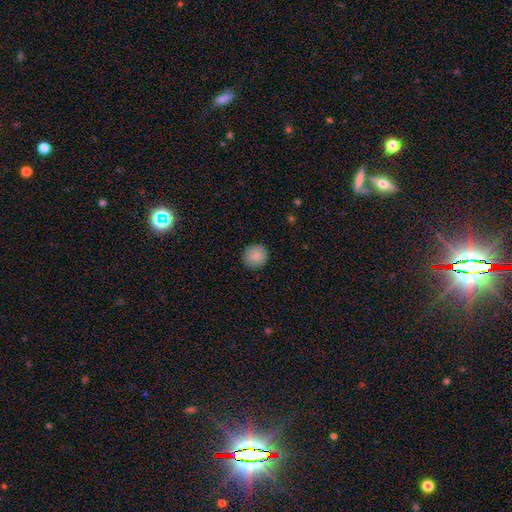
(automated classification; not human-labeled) The model was most divided on "smooth or featured": smooth: 87%, star or artifact: 8%, featured or disk: 5%. More confident: how rounded — round (92%); merging — none (91%).